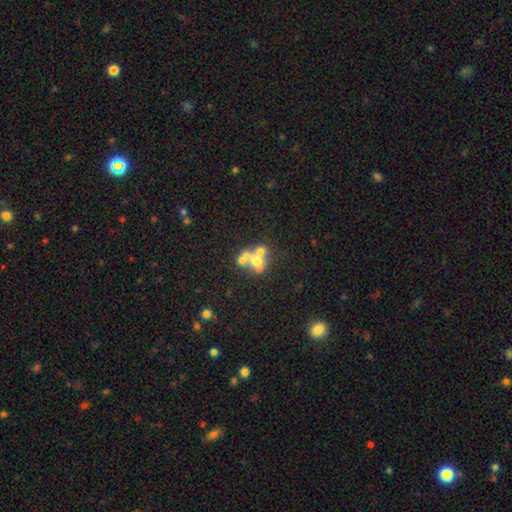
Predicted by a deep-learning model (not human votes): Smooth or featured: smooth — 43% (featured or disk — 40%)
Merging: merger — 56% (none — 27%)